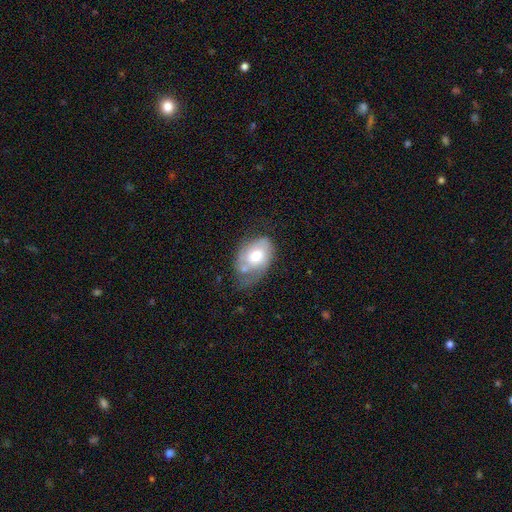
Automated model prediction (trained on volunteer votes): Smooth or featured? smooth (53%)
How rounded? in between (82%)
Merging? minor disturbance (36%)